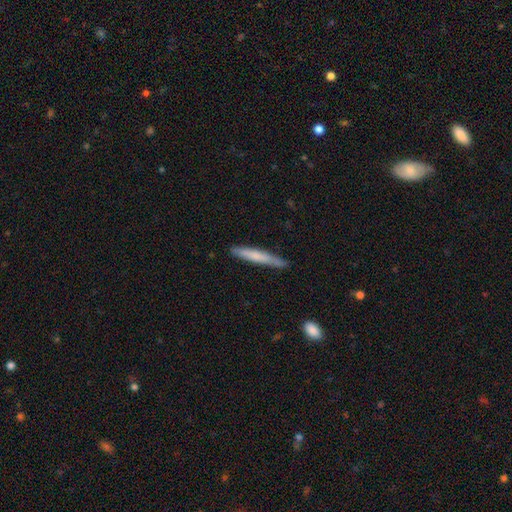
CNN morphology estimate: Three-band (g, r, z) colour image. It shows a smooth galaxy with no disk features (60%) that is cigar-shaped (95%). Merging: none (81%).